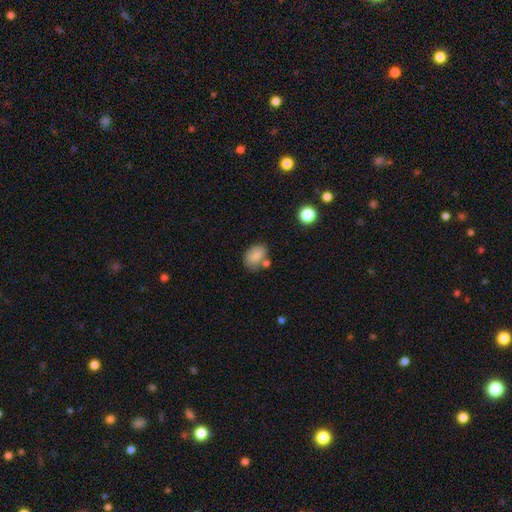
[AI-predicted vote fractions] smooth-or-featured: smooth: 79% | featured or disk: 12% | star or artifact: 8%
  how-rounded: in between: 82% | round: 16% | cigar-shaped: 1%
  merging: none: 59% | minor disturbance: 20% | merger: 15% | major disturbance: 6%